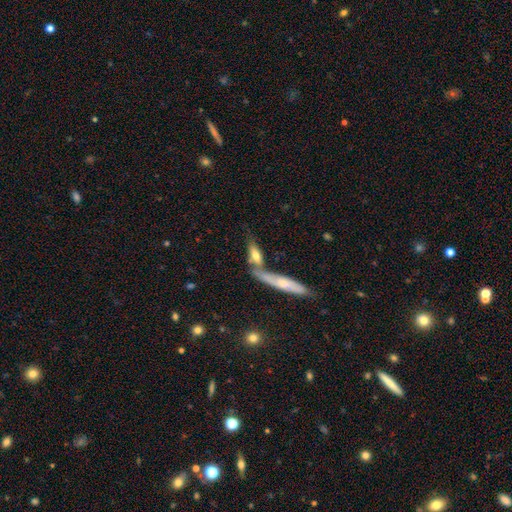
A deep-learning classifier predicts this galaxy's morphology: A smooth galaxy with no disk features (59%) that is cigar-shaped (52%). Merging: none (42%, tied with merger).